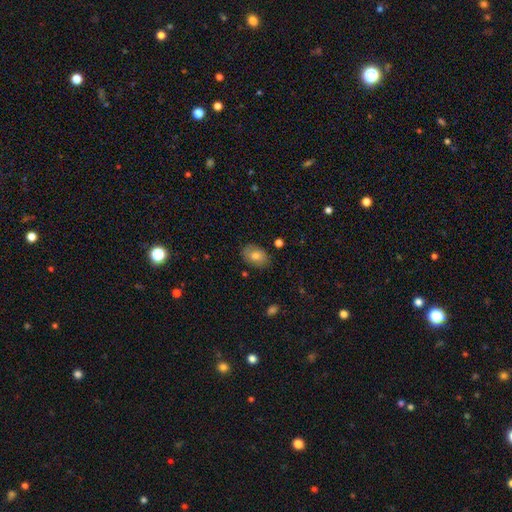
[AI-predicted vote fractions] Smooth or featured?
  - smooth: 76% *
  - featured or disk: 16%
  - star or artifact: 8%
How rounded?
  - in between: 80% *
  - round: 19%
  - cigar-shaped: 1%
Merging?
  - none: 82% *
  - minor disturbance: 13%
  - major disturbance: 3%
  - merger: 2%